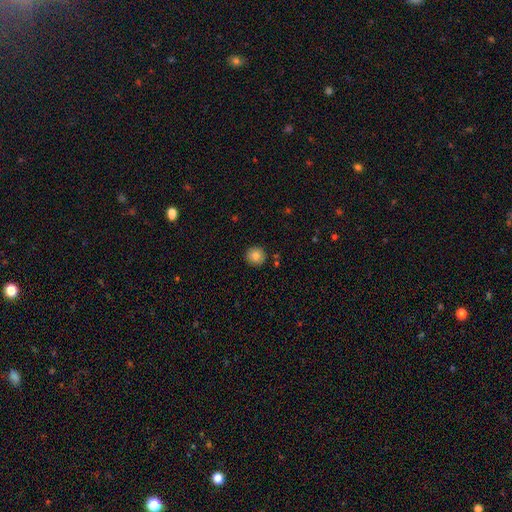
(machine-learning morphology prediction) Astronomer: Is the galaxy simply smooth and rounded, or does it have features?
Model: smooth — 82%.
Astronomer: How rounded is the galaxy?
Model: round — 94%.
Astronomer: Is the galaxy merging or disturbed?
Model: none — 90%.